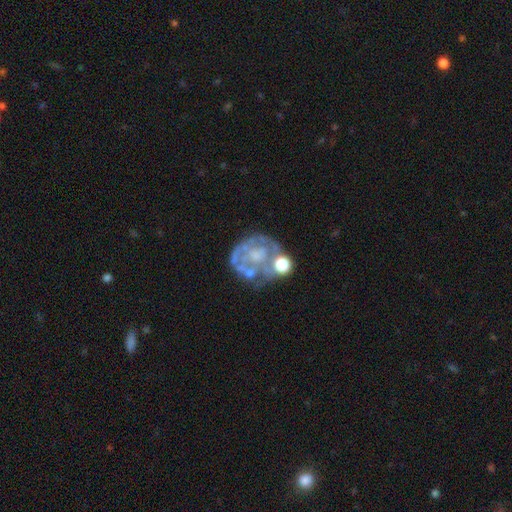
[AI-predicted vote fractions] A featured or disk galaxy (68%) with no bar (88%), no spiral arms (73%) and no central bulge (44%).

Vote fractions:
- Smooth or featured? featured or disk: 68% / smooth: 21% / star or artifact: 11%
- Edge-on disk? no: 98% / yes: 2%
- Bar? no: 88% / weak: 9% / strong: 3%
- Spiral arms? no: 73% / yes: 27%
- Bulge size? none: 44% / moderate: 26% / small: 22% / large: 6% / dominant: 2%
- Merging? none: 44% / major disturbance: 21% / minor disturbance: 19% / merger: 16%